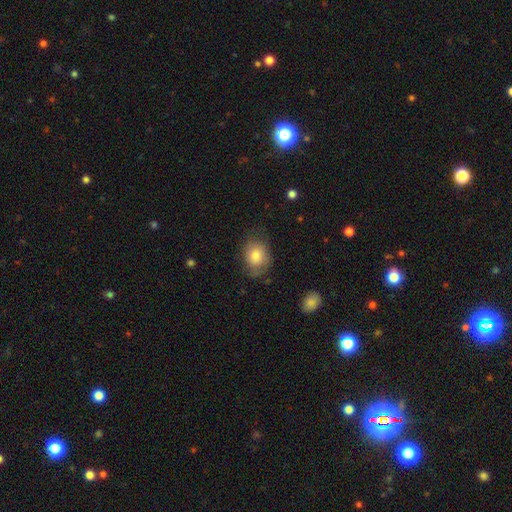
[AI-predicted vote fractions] The model was most divided on "how rounded": in between: 55%, round: 44%, cigar-shaped: 1%. More confident: smooth or featured — smooth (77%); merging — none (65%).